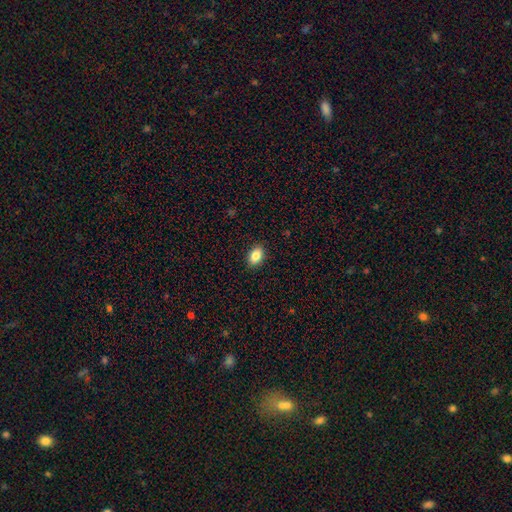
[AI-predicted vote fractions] smooth_or_featured: smooth (p=0.86) [alt: star or artifact p=0.08]
how_rounded: in between (p=0.86) [alt: round p=0.12]
merging: none (p=0.90) [alt: minor disturbance p=0.07]